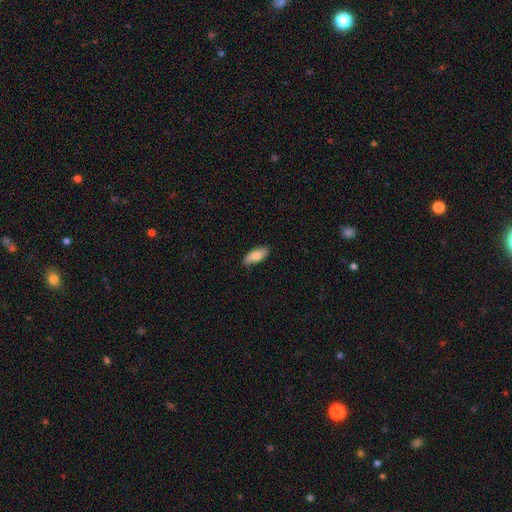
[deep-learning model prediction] smooth_or_featured: smooth (p=0.82) [alt: featured or disk p=0.12]
how_rounded: in between (p=0.75) [alt: cigar-shaped p=0.23]
merging: none (p=0.83) [alt: minor disturbance p=0.14]